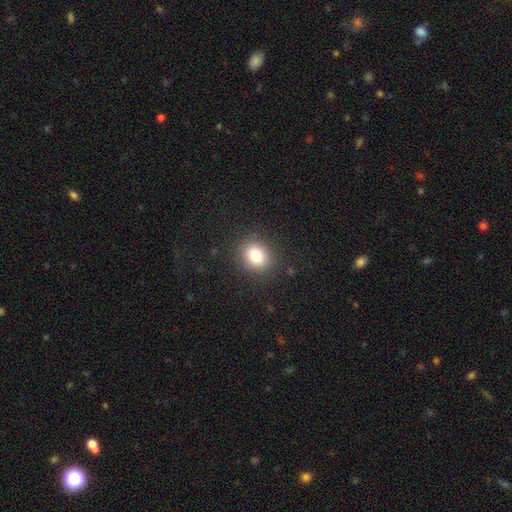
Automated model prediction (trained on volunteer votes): Smooth or featured: smooth — 81% (star or artifact — 11%)
How rounded: round — 64% (in between — 35%)
Merging: none — 88% (minor disturbance — 8%)